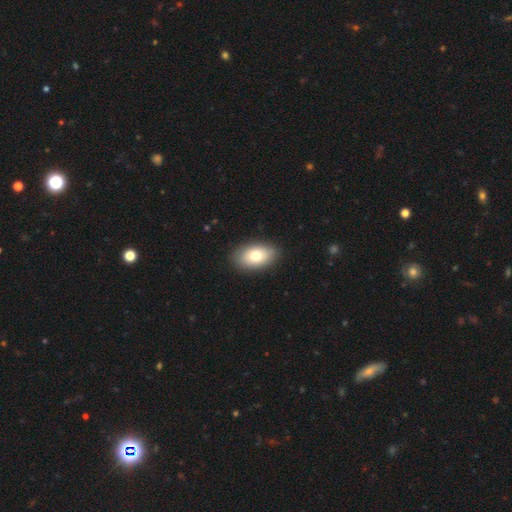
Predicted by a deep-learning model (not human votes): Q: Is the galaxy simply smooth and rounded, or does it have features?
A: smooth — 76%.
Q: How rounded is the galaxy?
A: in between — 90%.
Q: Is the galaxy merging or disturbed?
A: none — 88%.